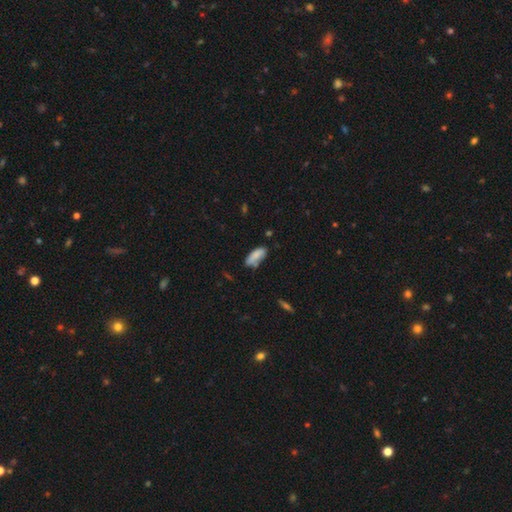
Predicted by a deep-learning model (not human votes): smooth-or-featured: smooth: 81% | featured or disk: 12% | star or artifact: 7%
  how-rounded: in between: 78% | cigar-shaped: 21% | round: 2%
  merging: none: 58% | minor disturbance: 29% | major disturbance: 7% | merger: 6%